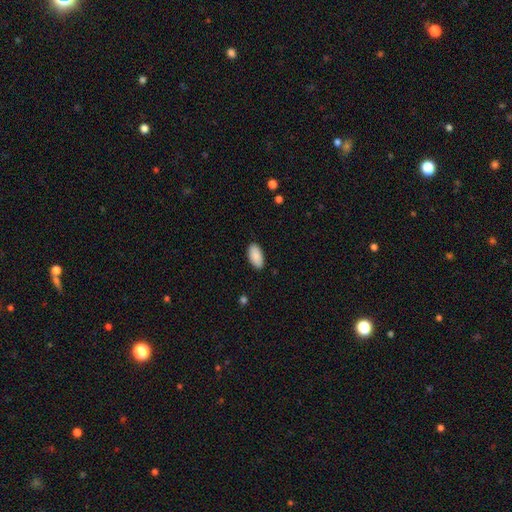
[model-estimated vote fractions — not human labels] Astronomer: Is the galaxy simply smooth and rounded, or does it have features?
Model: smooth — 90%.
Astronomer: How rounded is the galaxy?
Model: in between — 95%.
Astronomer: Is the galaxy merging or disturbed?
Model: none — 88%.